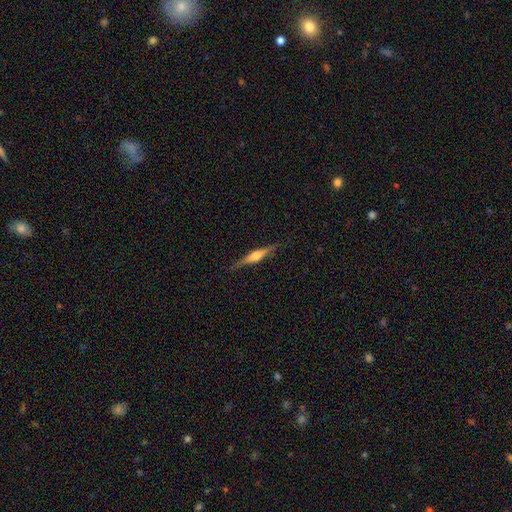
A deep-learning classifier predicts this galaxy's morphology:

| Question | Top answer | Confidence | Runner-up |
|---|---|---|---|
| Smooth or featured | featured or disk | 70% | smooth (25%) |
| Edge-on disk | yes | 98% | no (2%) |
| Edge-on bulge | rounded | 88% | boxy (8%) |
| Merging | none | 86% | minor disturbance (10%) |